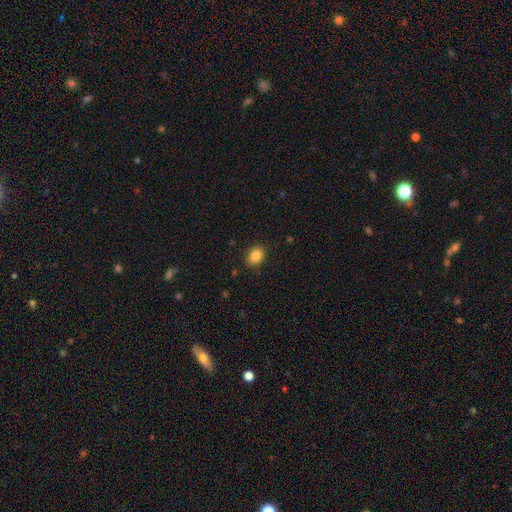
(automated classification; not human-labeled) smooth-or-featured: smooth: 86% | star or artifact: 9% | featured or disk: 5%
  how-rounded: in between: 66% | round: 33% | cigar-shaped: 1%
  merging: none: 87% | minor disturbance: 9% | major disturbance: 2% | merger: 1%